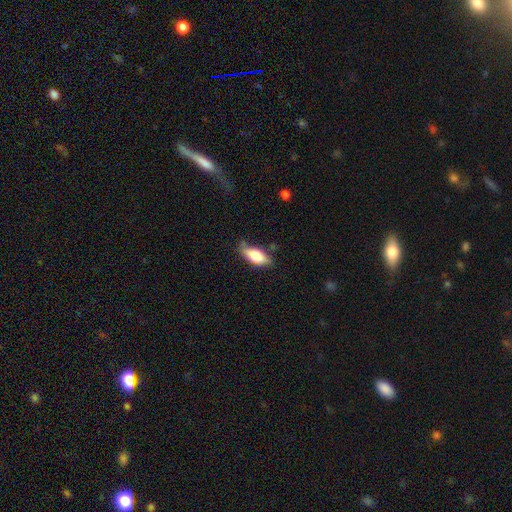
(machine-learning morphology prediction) A smooth galaxy with no disk features (69%) that is in between round and cigar-shaped (78%). Merging: none (61%).